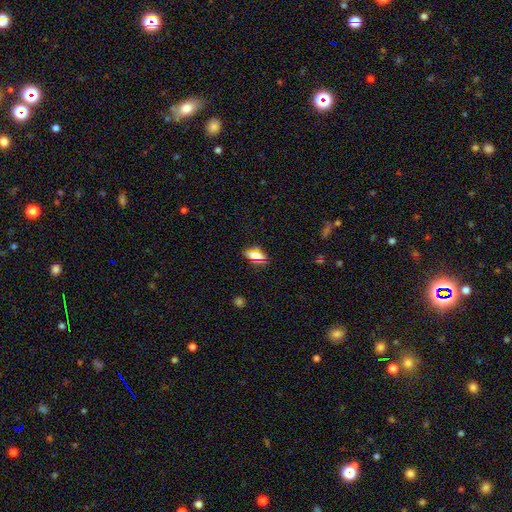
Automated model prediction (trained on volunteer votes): A smooth galaxy with no disk features (70%) that is in between round and cigar-shaped (81%).

Vote fractions:
- Smooth or featured? smooth: 70% / star or artifact: 18% / featured or disk: 13%
- How rounded? in between: 81% / cigar-shaped: 12% / round: 8%
- Merging? none: 83% / minor disturbance: 12% / major disturbance: 3% / merger: 2%